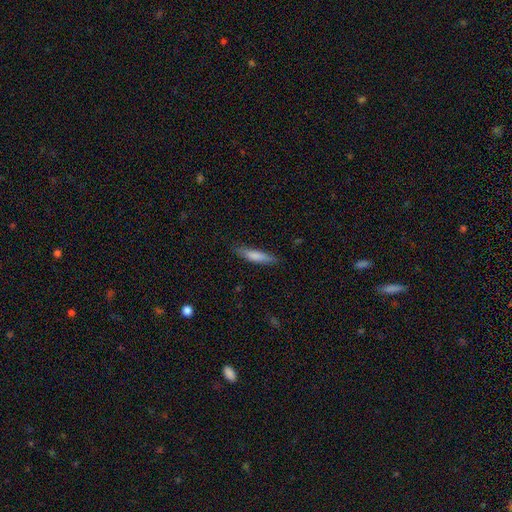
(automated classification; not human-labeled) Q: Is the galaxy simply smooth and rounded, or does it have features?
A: smooth — 79%.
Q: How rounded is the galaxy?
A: cigar-shaped — 79%.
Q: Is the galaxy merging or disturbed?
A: none — 81%.